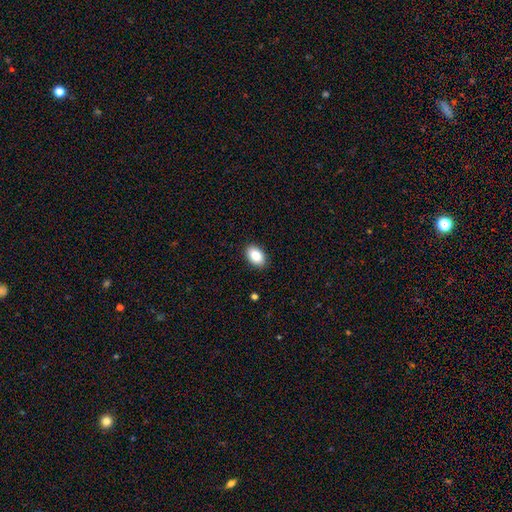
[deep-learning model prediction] smooth 86%, star or artifact 7%, featured or disk 6%. Down the decision tree: how rounded — in between (90%); merging — none (89%).